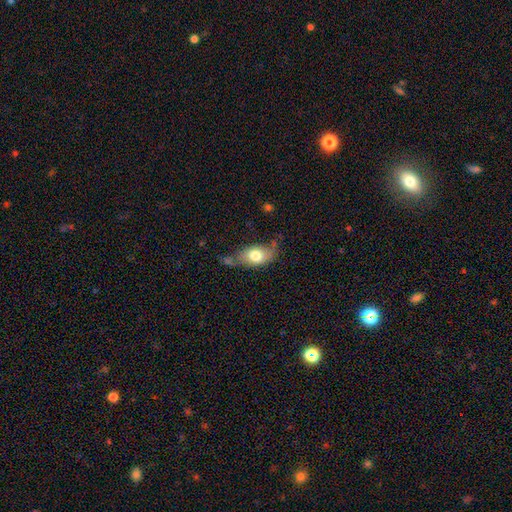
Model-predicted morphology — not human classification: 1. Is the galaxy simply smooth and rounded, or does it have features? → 71% smooth, 22% featured or disk, 7% star or artifact.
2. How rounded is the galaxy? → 85% in between, 12% round, 3% cigar-shaped.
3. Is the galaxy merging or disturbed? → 48% none, 30% minor disturbance, 12% major disturbance, 10% merger.